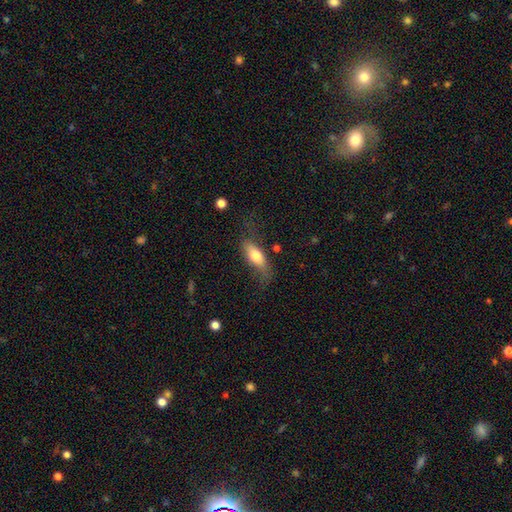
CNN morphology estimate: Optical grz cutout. It shows a smooth galaxy with no disk features (68%) that is in between round and cigar-shaped (67%). Merging: none (57%).